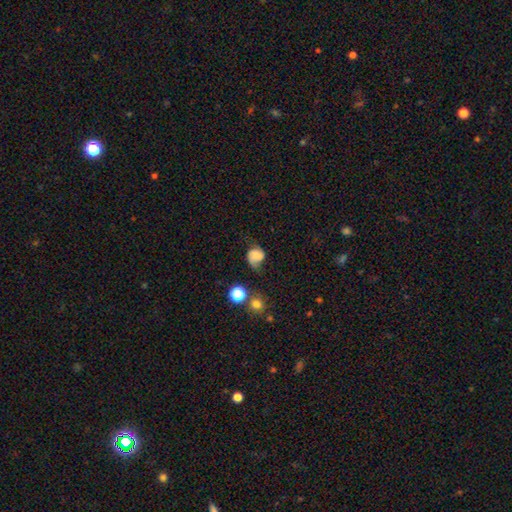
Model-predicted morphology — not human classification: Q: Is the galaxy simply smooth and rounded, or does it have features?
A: smooth — 57%.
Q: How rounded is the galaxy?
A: round — 69%.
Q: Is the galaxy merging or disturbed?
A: none — 44%.